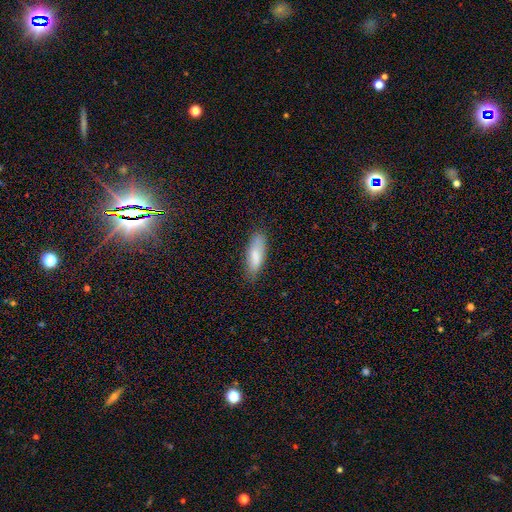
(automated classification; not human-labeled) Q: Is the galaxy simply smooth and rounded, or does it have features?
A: smooth — 82%.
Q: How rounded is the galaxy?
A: in between — 57%.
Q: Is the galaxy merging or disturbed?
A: none — 79%.